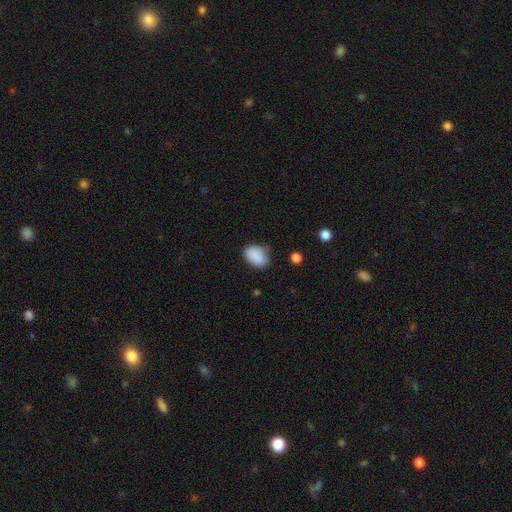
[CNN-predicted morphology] This appears to be a smooth galaxy with no disk features (87%) that is in between round and cigar-shaped (79%). Merging: none (68%).